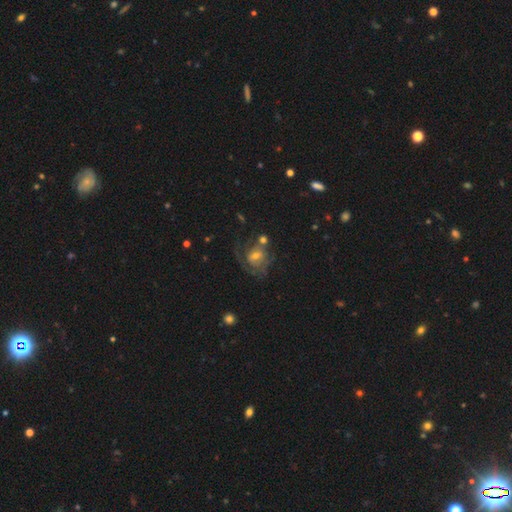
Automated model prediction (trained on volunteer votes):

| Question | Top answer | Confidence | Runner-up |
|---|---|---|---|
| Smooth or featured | featured or disk | 62% | smooth (29%) |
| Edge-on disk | no | 96% | yes (4%) |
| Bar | no | 49% | weak (41%) |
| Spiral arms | yes | 74% | no (26%) |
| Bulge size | moderate | 53% | small (38%) |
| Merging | none | 39% | major disturbance (26%) |